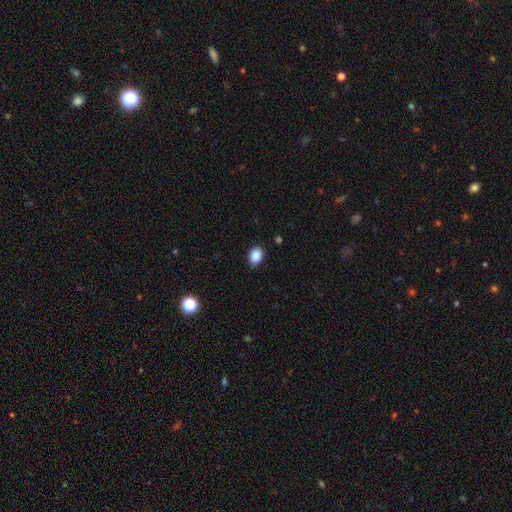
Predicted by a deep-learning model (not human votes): smooth_or_featured: smooth (p=0.89) [alt: star or artifact p=0.08]
how_rounded: in between (p=0.69) [alt: round p=0.30]
merging: none (p=0.86) [alt: minor disturbance p=0.11]